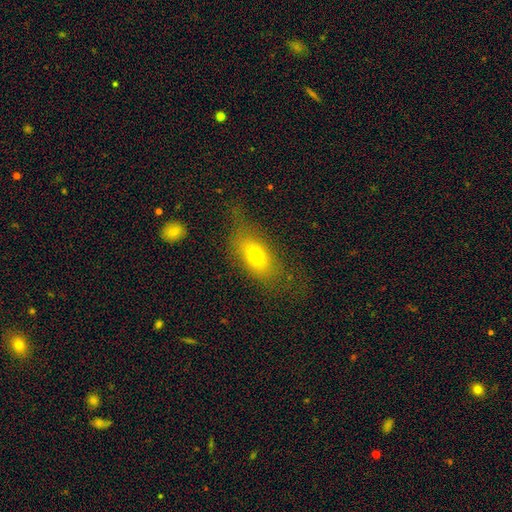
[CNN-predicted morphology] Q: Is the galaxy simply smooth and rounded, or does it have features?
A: smooth — 68%.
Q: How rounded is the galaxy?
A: in between — 79%.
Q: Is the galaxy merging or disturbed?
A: none — 61%.